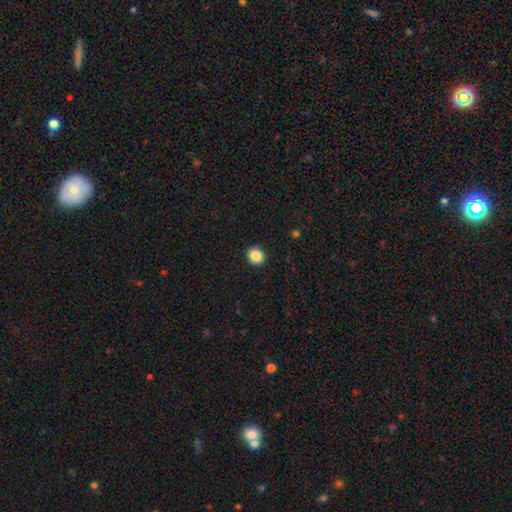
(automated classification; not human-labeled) smooth_or_featured: smooth (p=0.87) [alt: star or artifact p=0.09]
how_rounded: round (p=0.78) [alt: in between p=0.21]
merging: none (p=0.92) [alt: minor disturbance p=0.05]